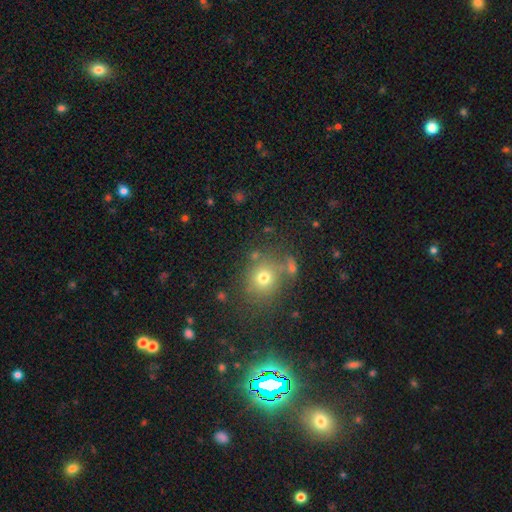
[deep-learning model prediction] A smooth galaxy with no disk features (66%) that is round (82%). Merging: none (75%).